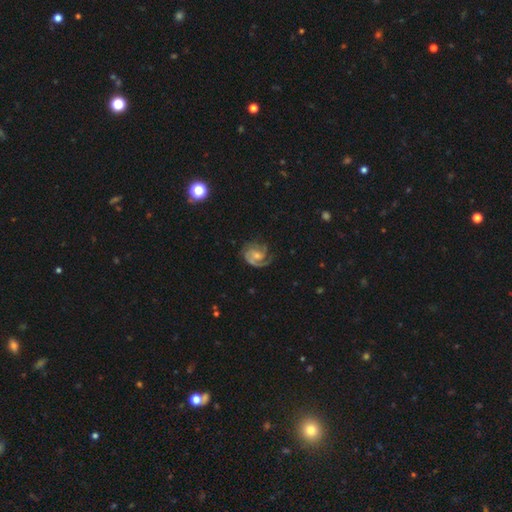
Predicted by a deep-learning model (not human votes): The model was most divided on "bulge size": small: 49%, moderate: 44%, none: 4%, large: 2%, dominant: 1%. More confident: edge-on disk — no (98%); spiral arms — yes (96%); smooth or featured — featured or disk (84%); merging — none (67%); bar — no (60%); spiral arm count — 2 (53%); spiral winding — tight (50%).